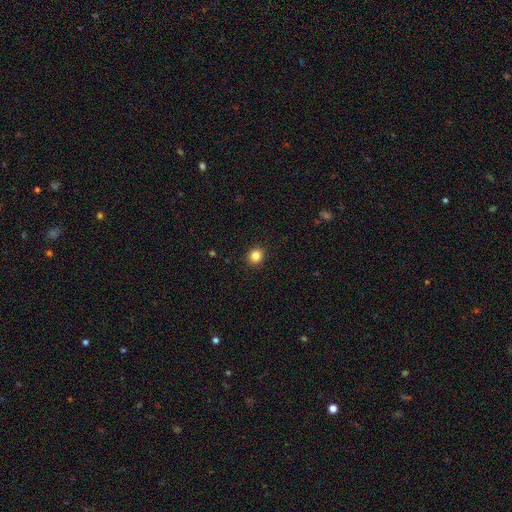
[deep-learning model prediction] Morphology: type=smooth (84%); roundness=round (85%); merging=none (91%).